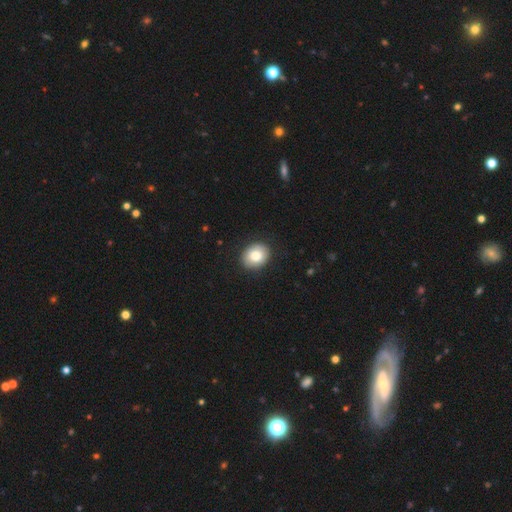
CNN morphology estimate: smooth 81%, featured or disk 11%, star or artifact 8%. Down the decision tree: how rounded — round (54%); merging — none (89%).